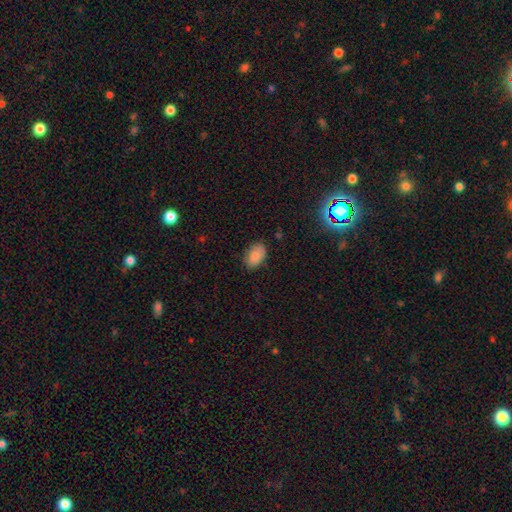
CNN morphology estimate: A smooth galaxy with no disk features (86%) that is in between round and cigar-shaped (91%).

Vote fractions:
- Smooth or featured? smooth: 86% / star or artifact: 8% / featured or disk: 6%
- How rounded? in between: 91% / round: 8% / cigar-shaped: 1%
- Merging? none: 80% / minor disturbance: 15% / major disturbance: 3% / merger: 1%